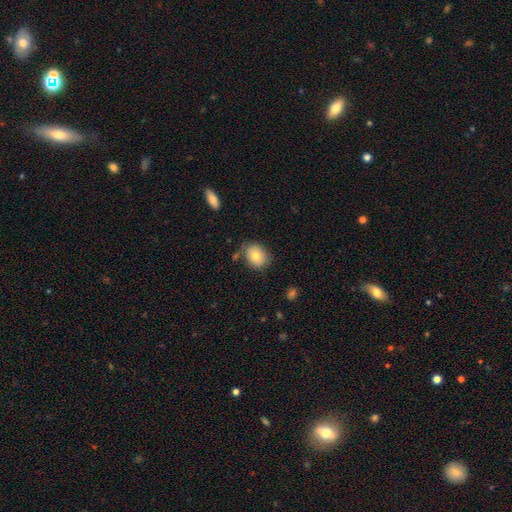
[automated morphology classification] This appears to be a smooth galaxy with no disk features (77%) that is in between round and cigar-shaped (50%). Merging: none (73%).